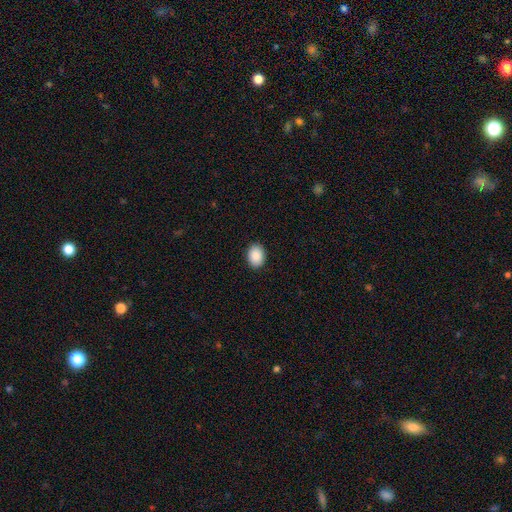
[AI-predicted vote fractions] Smooth or featured?
  - smooth: 90% *
  - star or artifact: 7%
  - featured or disk: 3%
How rounded?
  - in between: 71% *
  - round: 28%
  - cigar-shaped: 1%
Merging?
  - none: 90% *
  - minor disturbance: 7%
  - major disturbance: 2%
  - merger: 1%